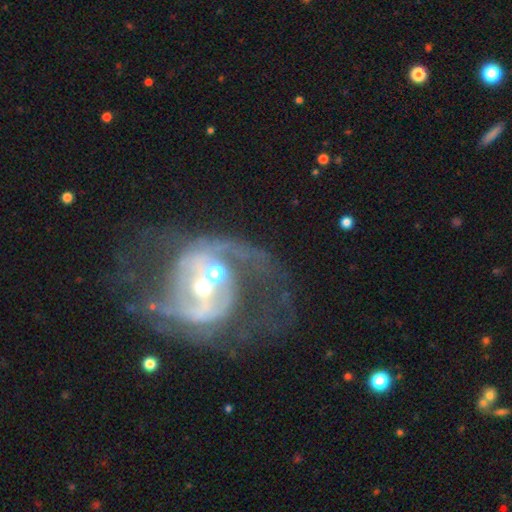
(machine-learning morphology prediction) Smooth or featured: featured or disk — 84% (star or artifact — 8%)
Edge-on disk: no — 97% (yes — 3%)
Bar: no — 40% (weak — 35%)
Spiral arms: yes — 87% (no — 13%)
Spiral winding: medium — 45% (loose — 38%)
Spiral arm count: 2 — 75% (can't tell — 11%)
Bulge size: moderate — 53% (small — 36%)
Merging: none — 32% (merger — 31%)